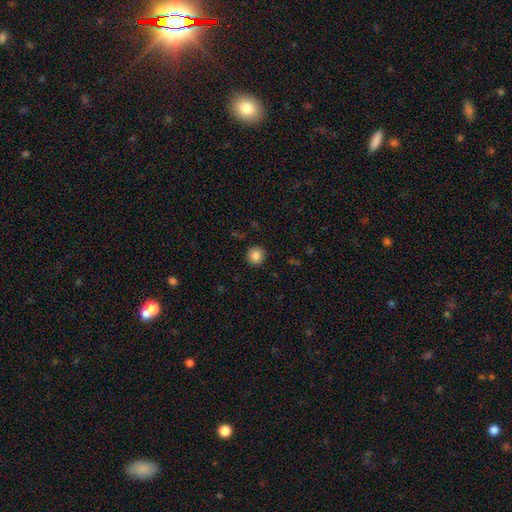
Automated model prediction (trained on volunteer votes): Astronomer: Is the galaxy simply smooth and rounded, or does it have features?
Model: smooth — 86%.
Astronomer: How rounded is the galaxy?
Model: round — 91%.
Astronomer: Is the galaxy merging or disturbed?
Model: none — 90%.